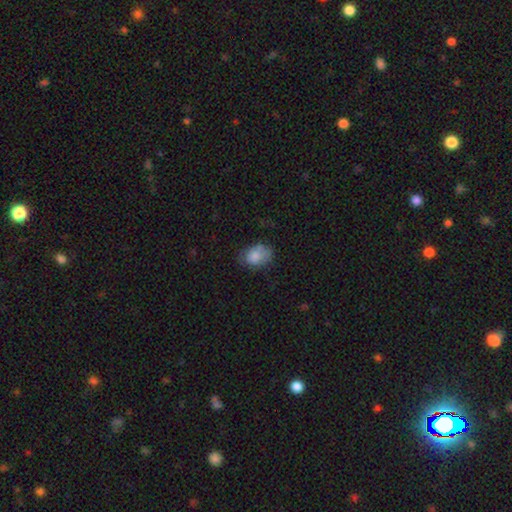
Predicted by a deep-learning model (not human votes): Smooth or featured: smooth — 78% (featured or disk — 14%)
How rounded: in between — 77% (round — 22%)
Merging: none — 57% (minor disturbance — 29%)